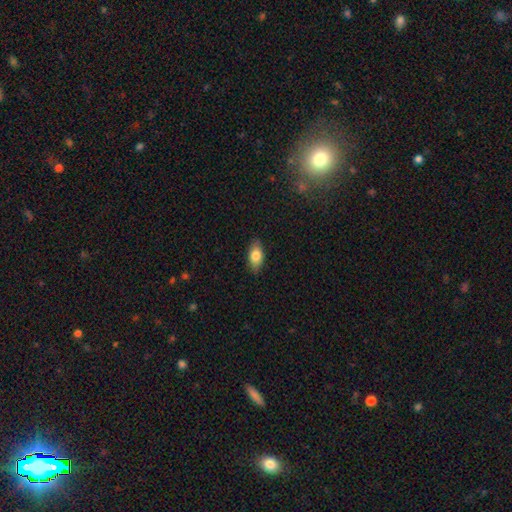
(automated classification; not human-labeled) Smooth or featured: smooth — 81% (featured or disk — 12%)
How rounded: in between — 89% (cigar-shaped — 6%)
Merging: none — 84% (minor disturbance — 12%)